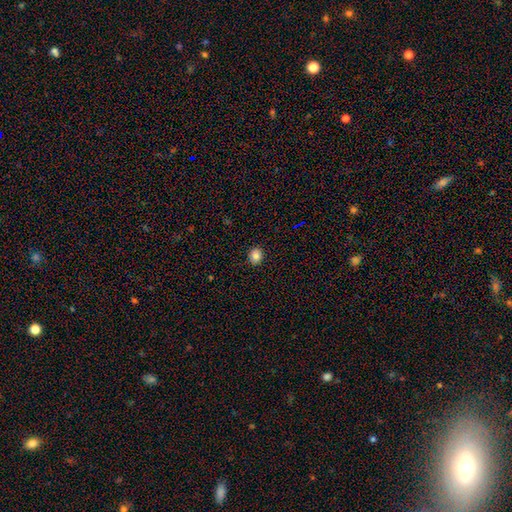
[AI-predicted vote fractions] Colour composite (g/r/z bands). It shows a smooth galaxy with no disk features (83%) that is round (70%). Merging: none (89%).